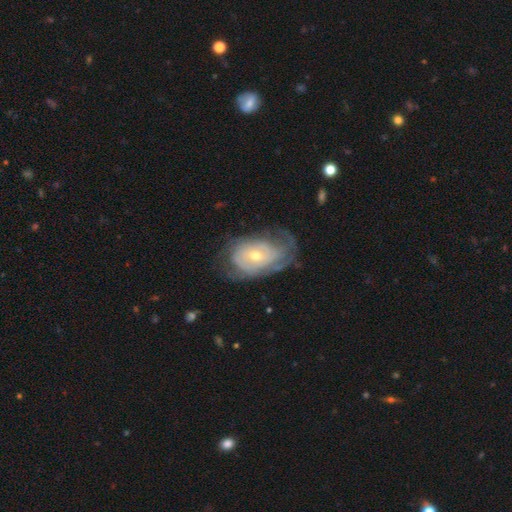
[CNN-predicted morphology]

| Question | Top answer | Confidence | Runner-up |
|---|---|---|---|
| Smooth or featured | featured or disk | 73% | smooth (20%) |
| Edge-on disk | no | 95% | yes (5%) |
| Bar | no | 73% | weak (22%) |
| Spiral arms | yes | 78% | no (22%) |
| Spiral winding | tight | 63% | medium (25%) |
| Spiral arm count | can't tell | 55% | 2 (21%) |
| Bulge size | moderate | 52% | small (44%) |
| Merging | none | 51% | minor disturbance (27%) |